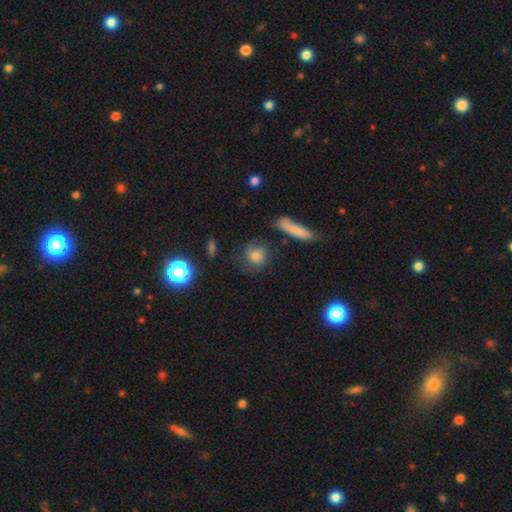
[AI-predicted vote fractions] This appears to be a smooth galaxy with no disk features (64%) that is round (73%). Merging: none (64%).